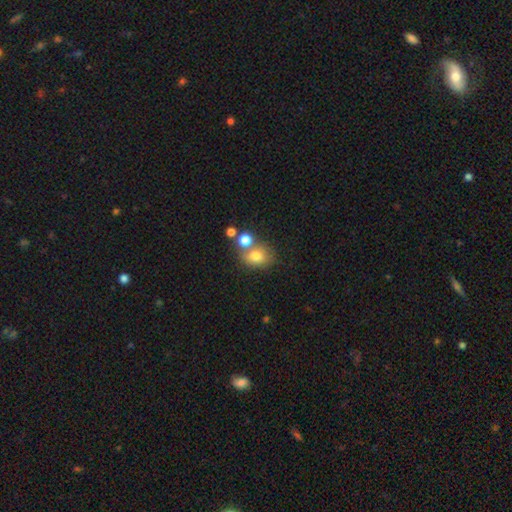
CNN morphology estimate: smooth-or-featured: smooth: 74% | featured or disk: 13% | star or artifact: 12%
  how-rounded: round: 50% | in between: 48% | cigar-shaped: 1%
  merging: none: 51% | merger: 30% | minor disturbance: 14% | major disturbance: 5%